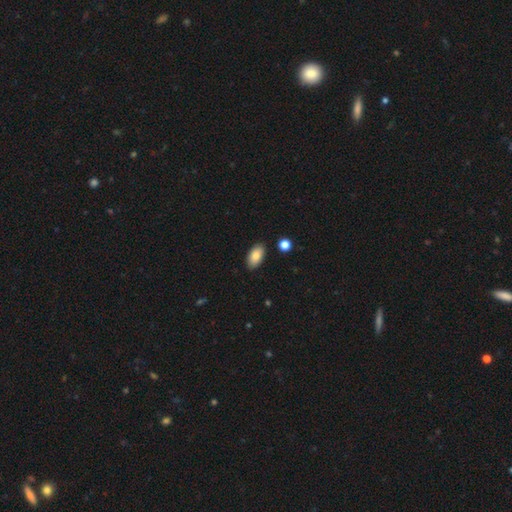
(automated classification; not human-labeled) Overall: smooth (84%). How rounded: in between (94%). Merging: none (87%).